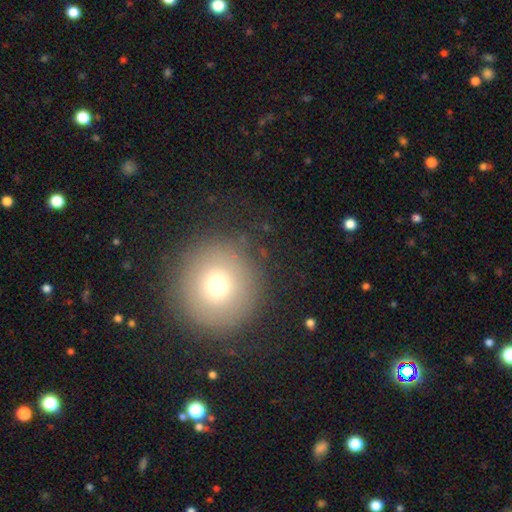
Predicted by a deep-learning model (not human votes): Smooth or featured? smooth (62%)
How rounded? round (94%)
Merging? none (88%)